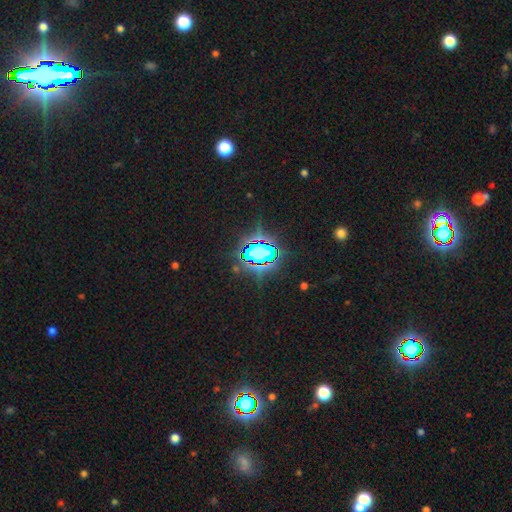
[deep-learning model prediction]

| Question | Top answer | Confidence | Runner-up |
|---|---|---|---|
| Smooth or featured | star or artifact | 71% | smooth (18%) |